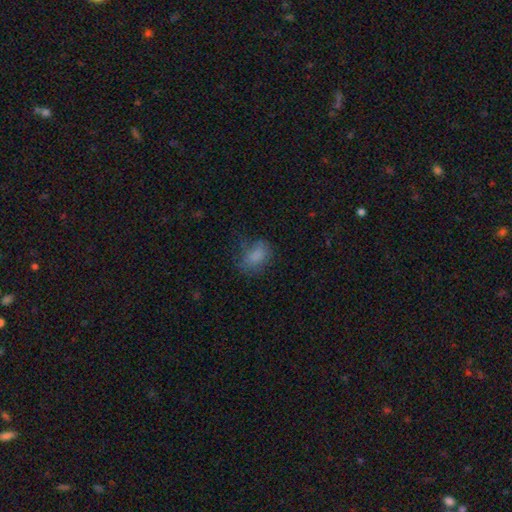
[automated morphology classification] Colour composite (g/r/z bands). It shows a smooth galaxy with no disk features (77%) that is in between round and cigar-shaped (80%). Merging: none (50%).